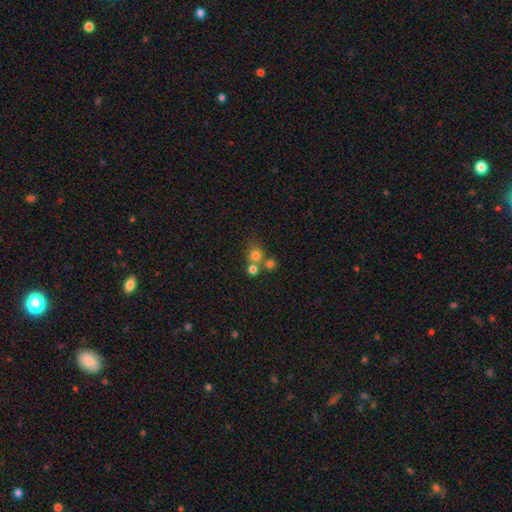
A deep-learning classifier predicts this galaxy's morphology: This appears to be a smooth galaxy with no disk features (73%) that is round (83%). Merging: none (50%).